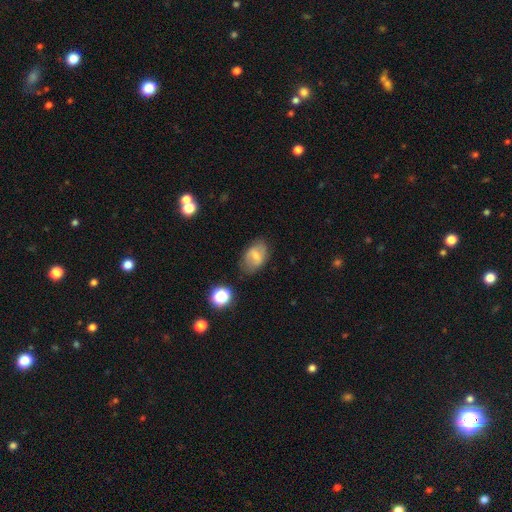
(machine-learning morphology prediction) type=smooth (54%); roundness=in between (84%); merging=none (72%).